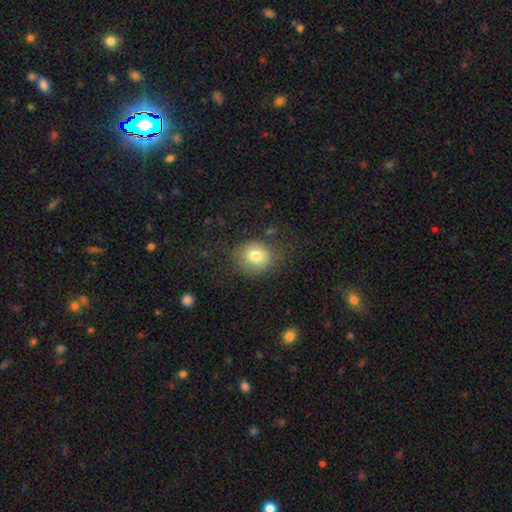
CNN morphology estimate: This is likely a smooth galaxy (78%). How rounded: likely round (71%). Merging: likely none (71%).